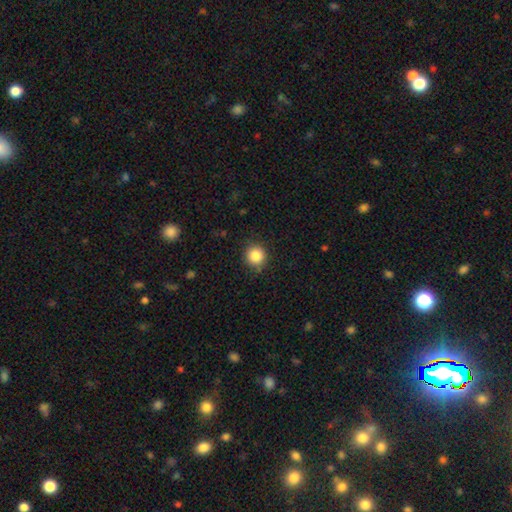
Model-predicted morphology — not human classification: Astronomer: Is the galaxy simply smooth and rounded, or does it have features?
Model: smooth — 85%.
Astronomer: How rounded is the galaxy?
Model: round — 94%.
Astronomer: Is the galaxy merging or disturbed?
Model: none — 88%.